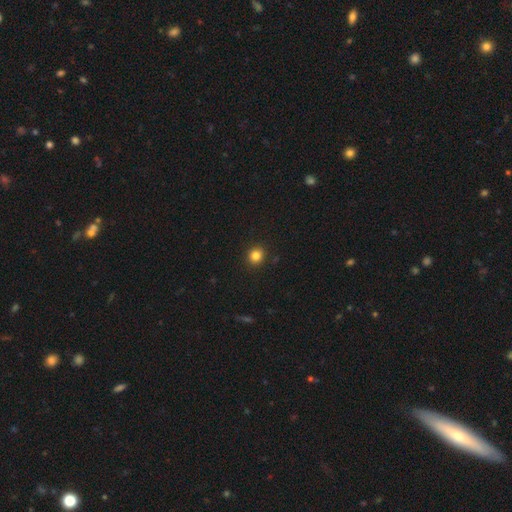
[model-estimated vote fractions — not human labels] Smooth or featured?
  - smooth: 83% *
  - star or artifact: 12%
  - featured or disk: 5%
How rounded?
  - round: 86% *
  - in between: 13%
  - cigar-shaped: 1%
Merging?
  - none: 92% *
  - minor disturbance: 6%
  - major disturbance: 2%
  - merger: 1%